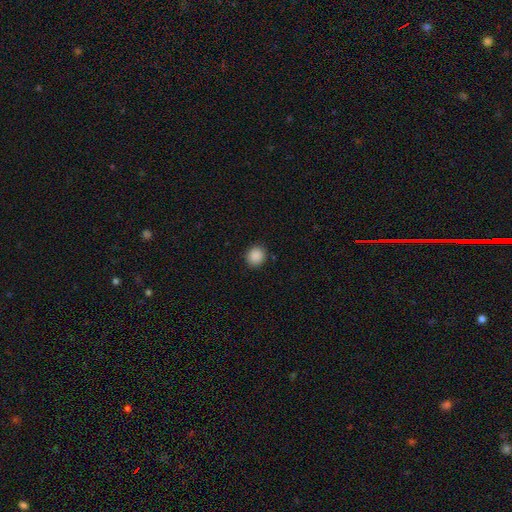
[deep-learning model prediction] This is clearly a smooth galaxy (88%). How rounded: clearly round (85%). Merging: clearly none (90%).